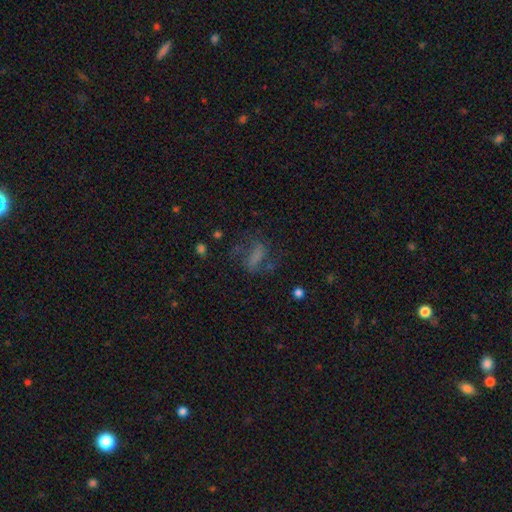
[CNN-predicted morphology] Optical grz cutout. It shows a featured or disk galaxy (44%). Merging: none (48%).